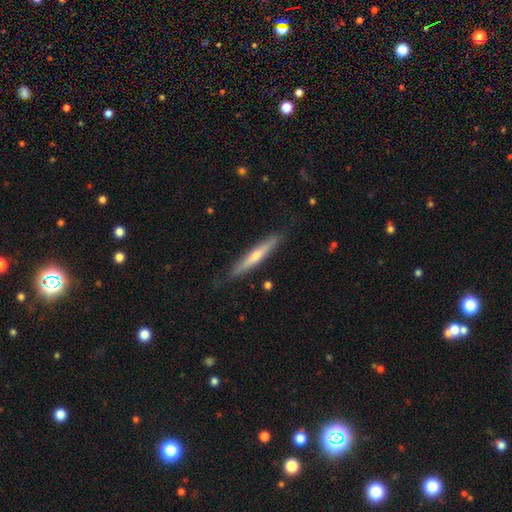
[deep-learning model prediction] This appears to be a featured or disk galaxy (57%) viewed edge-on (92%) with a rounded central bulge (73%). Merging: none (85%).